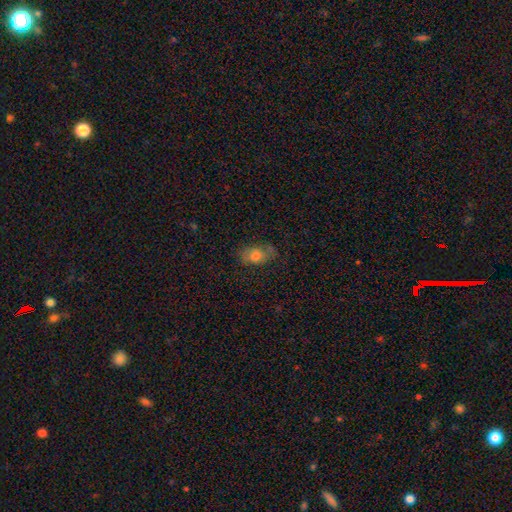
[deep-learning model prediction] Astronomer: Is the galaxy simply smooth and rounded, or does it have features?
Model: smooth — 73%.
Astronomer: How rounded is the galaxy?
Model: in between — 85%.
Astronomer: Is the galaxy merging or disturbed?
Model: none — 72%.